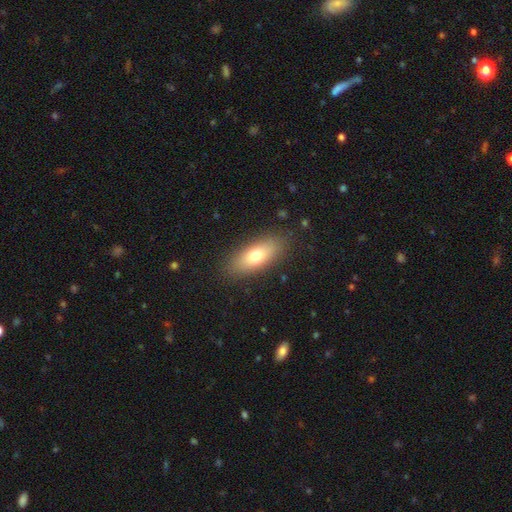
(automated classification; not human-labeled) smooth_or_featured: smooth (p=0.74) [alt: featured or disk p=0.19]
how_rounded: in between (p=0.75) [alt: cigar-shaped p=0.22]
merging: none (p=0.86) [alt: minor disturbance p=0.10]